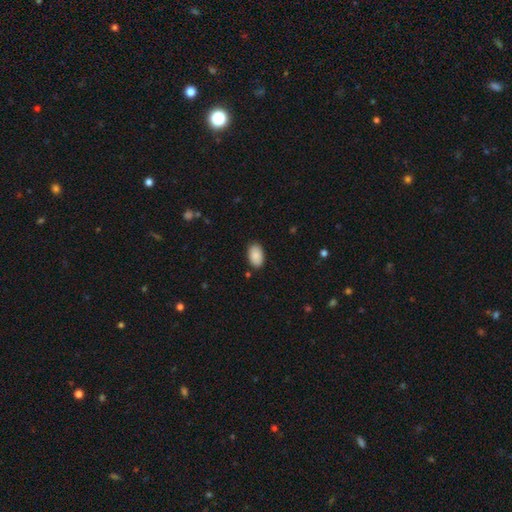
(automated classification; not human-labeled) Smooth or featured: smooth — 90% (star or artifact — 6%)
How rounded: in between — 94% (round — 5%)
Merging: none — 87% (minor disturbance — 9%)